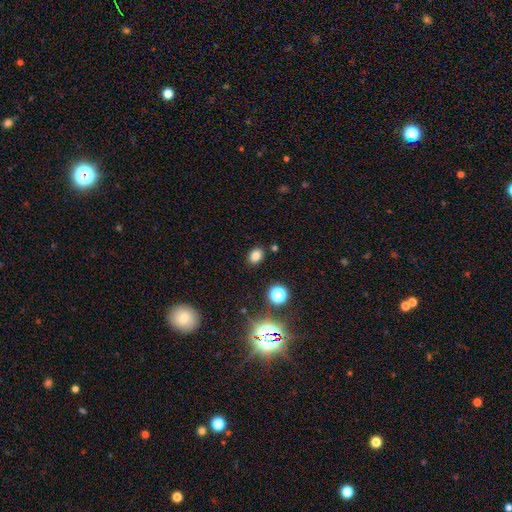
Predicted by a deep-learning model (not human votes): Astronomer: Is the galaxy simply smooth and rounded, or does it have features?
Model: smooth — 79%.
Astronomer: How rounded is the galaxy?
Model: in between — 57% (runner-up: round, 42%).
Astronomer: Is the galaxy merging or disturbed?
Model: none — 85%.